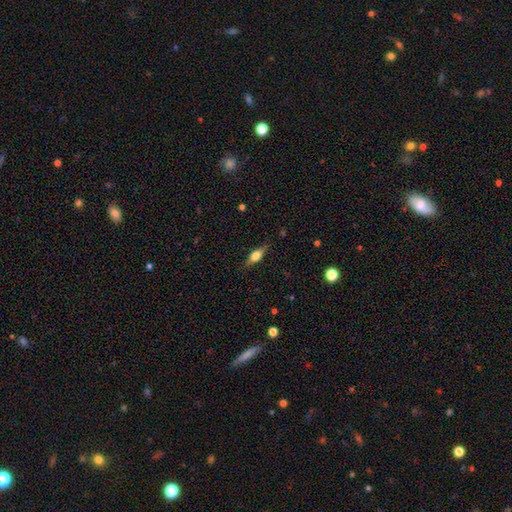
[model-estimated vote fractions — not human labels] A featured or disk galaxy (47%). Merging: none (83%).